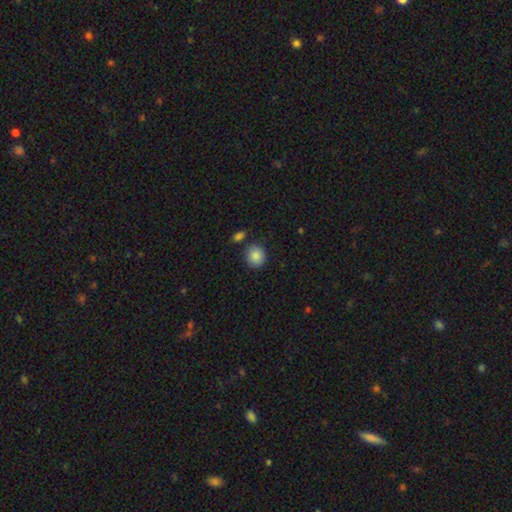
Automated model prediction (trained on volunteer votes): A smooth galaxy with no disk features (86%) that is round (78%).

Vote fractions:
- Smooth or featured? smooth: 86% / star or artifact: 8% / featured or disk: 6%
- How rounded? round: 78% / in between: 21% / cigar-shaped: 1%
- Merging? none: 80% / minor disturbance: 11% / merger: 6% / major disturbance: 3%